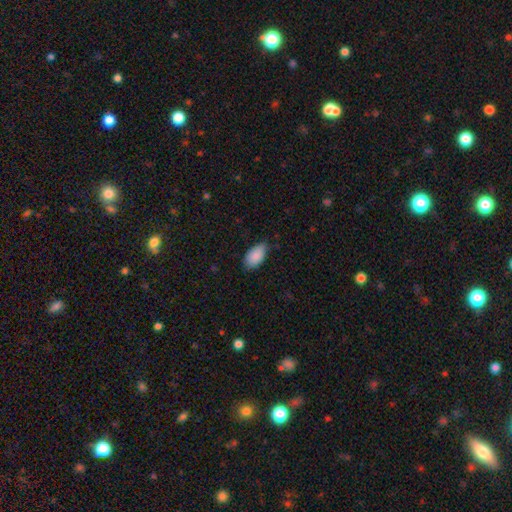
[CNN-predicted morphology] A smooth galaxy with no disk features (89%) that is in between round and cigar-shaped (94%). Merging: none (70%).